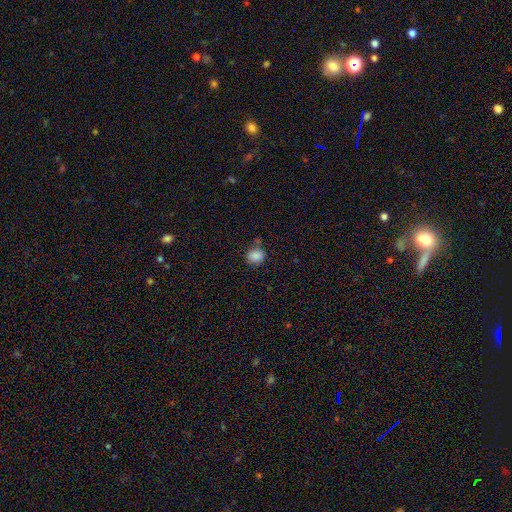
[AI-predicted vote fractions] smooth 87%, star or artifact 10%, featured or disk 4%. Down the decision tree: how rounded — round (75%); merging — none (74%).